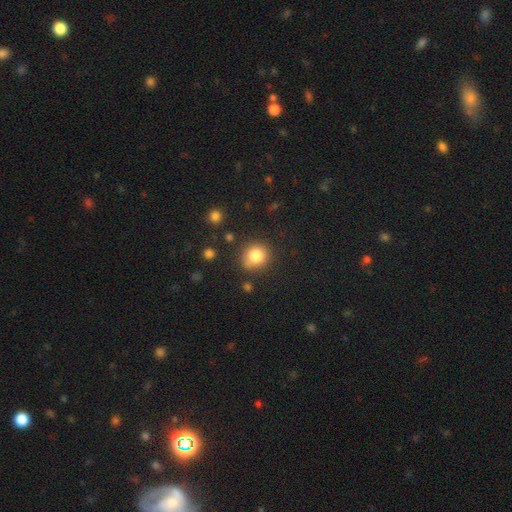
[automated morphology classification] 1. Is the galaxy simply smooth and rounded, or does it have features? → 82% smooth, 11% star or artifact, 7% featured or disk.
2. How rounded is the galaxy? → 84% round, 15% in between, 1% cigar-shaped.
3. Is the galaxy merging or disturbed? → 77% none, 14% minor disturbance, 4% merger, 4% major disturbance.